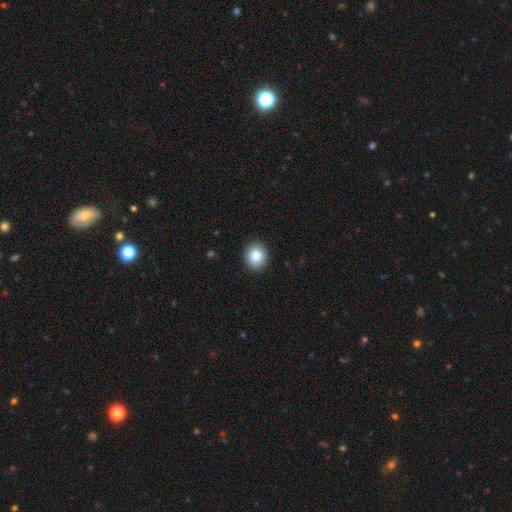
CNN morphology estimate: A smooth galaxy with no disk features (85%) that is round (70%). Merging: none (91%).